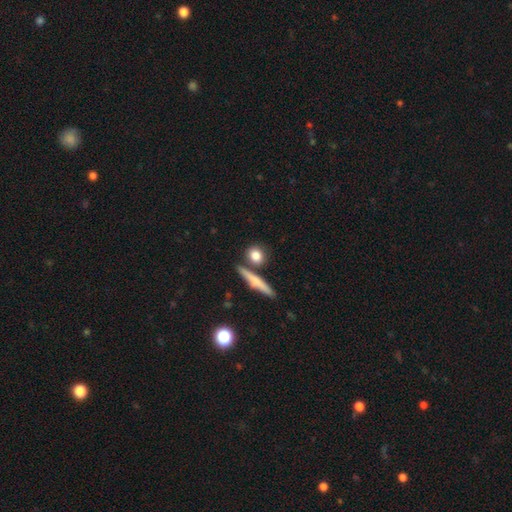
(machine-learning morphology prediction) Overall: smooth (79%). How rounded: round (68%). Merging: none (75%).